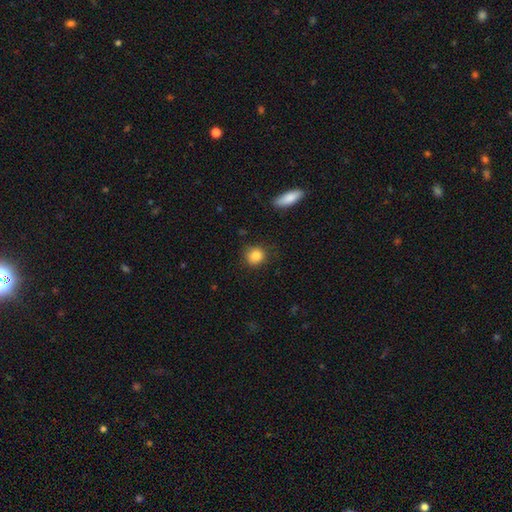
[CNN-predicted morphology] smooth_or_featured: smooth (p=0.85) [alt: star or artifact p=0.09]
how_rounded: round (p=0.84) [alt: in between p=0.14]
merging: none (p=0.83) [alt: minor disturbance p=0.13]